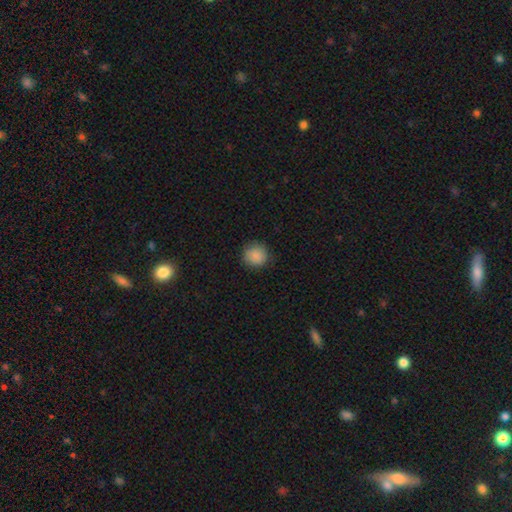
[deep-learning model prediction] A smooth galaxy with no disk features (88%) that is round (92%). Merging: none (86%).